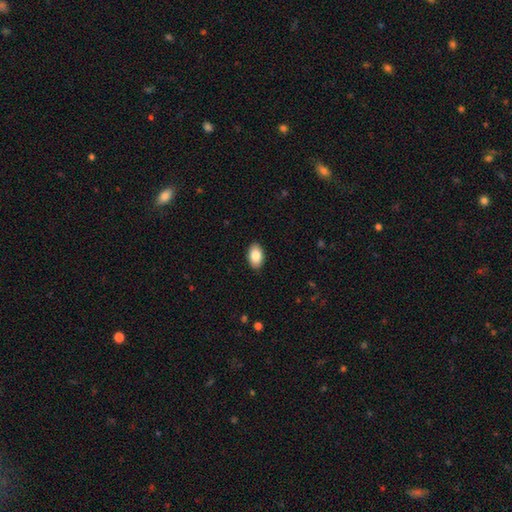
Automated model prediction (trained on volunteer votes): A smooth galaxy with no disk features (87%) that is in between round and cigar-shaped (93%).

Vote fractions:
- Smooth or featured? smooth: 87% / star or artifact: 7% / featured or disk: 7%
- How rounded? in between: 93% / round: 6% / cigar-shaped: 1%
- Merging? none: 89% / minor disturbance: 8% / major disturbance: 2% / merger: 1%